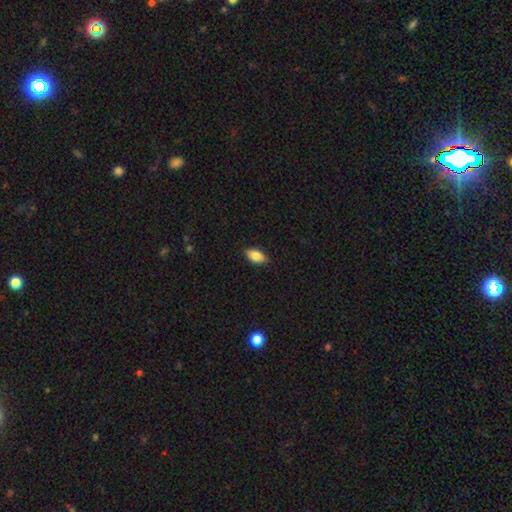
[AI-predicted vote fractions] Overall: smooth (82%). How rounded: in between (91%). Merging: none (87%).